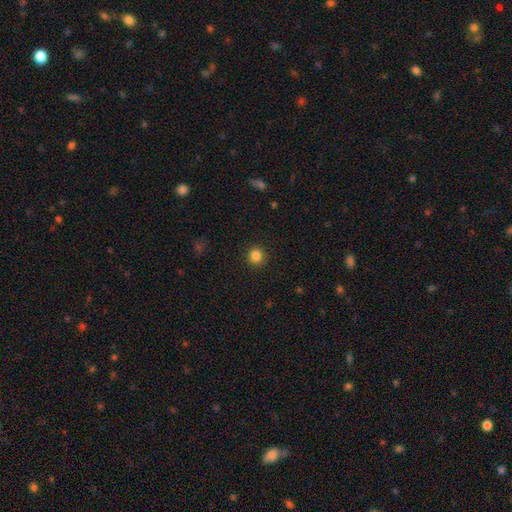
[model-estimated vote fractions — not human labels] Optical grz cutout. It shows a smooth galaxy with no disk features (85%) that is round (93%). Merging: none (92%).